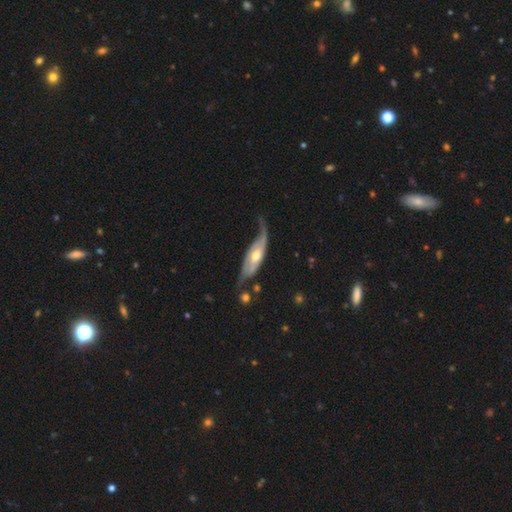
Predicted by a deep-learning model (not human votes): This appears to be a featured or disk galaxy (73%) with no bar (61%), spiral arms (83%) and a moderate central bulge (68%). Merging: none (41%).